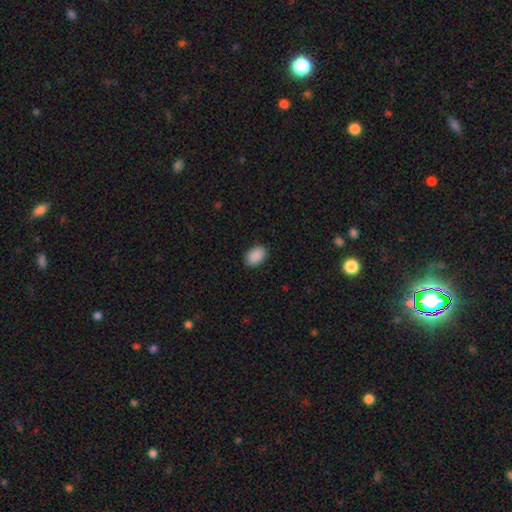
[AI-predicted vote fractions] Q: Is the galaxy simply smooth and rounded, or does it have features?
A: smooth — 91%.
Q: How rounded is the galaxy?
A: in between — 87%.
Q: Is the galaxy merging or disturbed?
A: none — 88%.